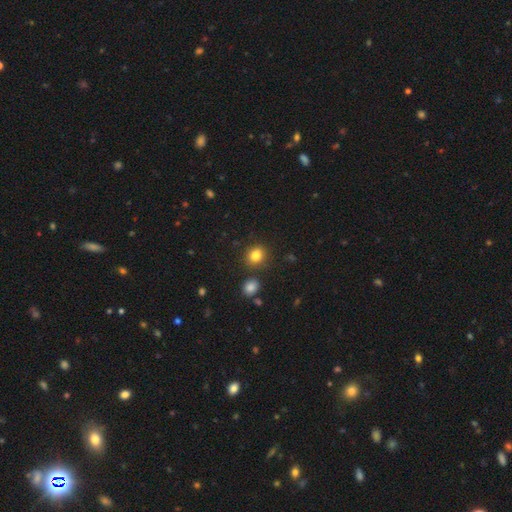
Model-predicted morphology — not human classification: A smooth galaxy with no disk features (82%) that is round (66%).

Vote fractions:
- Smooth or featured? smooth: 82% / star or artifact: 11% / featured or disk: 6%
- How rounded? round: 66% / in between: 33% / cigar-shaped: 1%
- Merging? none: 83% / minor disturbance: 9% / merger: 5% / major disturbance: 3%